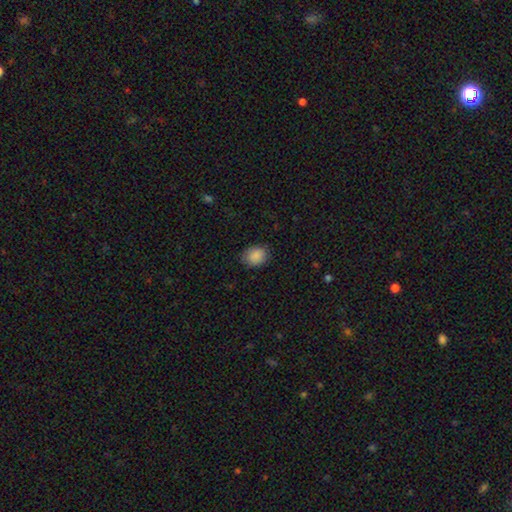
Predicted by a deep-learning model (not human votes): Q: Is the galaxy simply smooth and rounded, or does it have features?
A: smooth — 89%.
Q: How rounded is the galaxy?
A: in between — 54%.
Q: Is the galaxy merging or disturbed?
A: none — 80%.